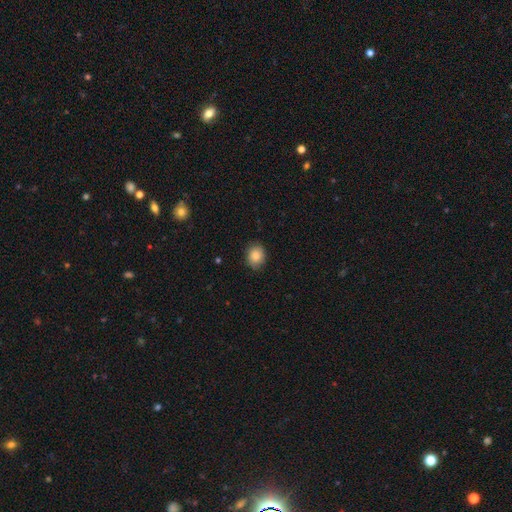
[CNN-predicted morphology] Smooth or featured? Predicted: smooth (p=0.86). How rounded? Predicted: round (p=0.58). Merging? Predicted: none (p=0.84).